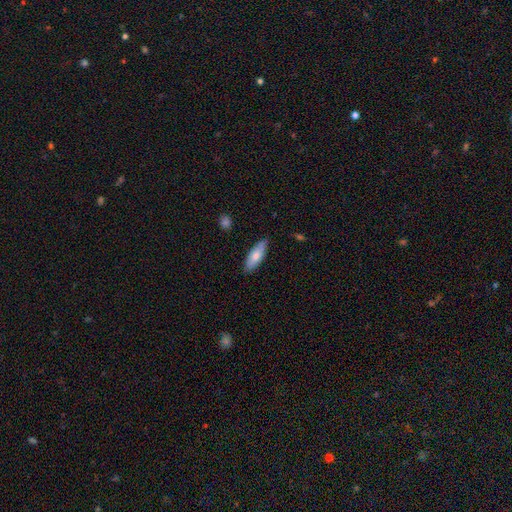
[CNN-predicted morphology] Smooth or featured: smooth — 75% (featured or disk — 20%)
How rounded: in between — 65% (cigar-shaped — 33%)
Merging: none — 83% (minor disturbance — 14%)